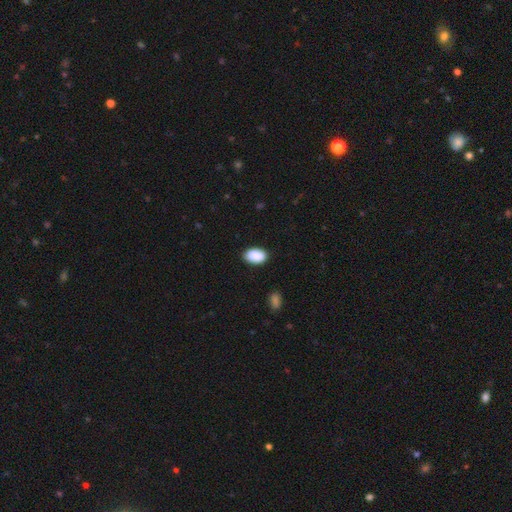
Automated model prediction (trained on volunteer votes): Morphology: type=smooth (91%); roundness=in between (91%); merging=none (87%).